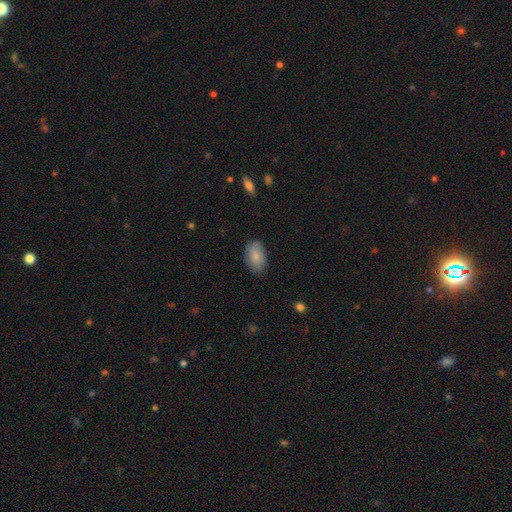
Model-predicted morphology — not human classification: Q: Smooth or featured?
A: smooth (86%); runner-up: featured or disk (8%)
Q: How rounded?
A: in between (92%); runner-up: round (6%)
Q: Merging?
A: none (81%); runner-up: minor disturbance (15%)